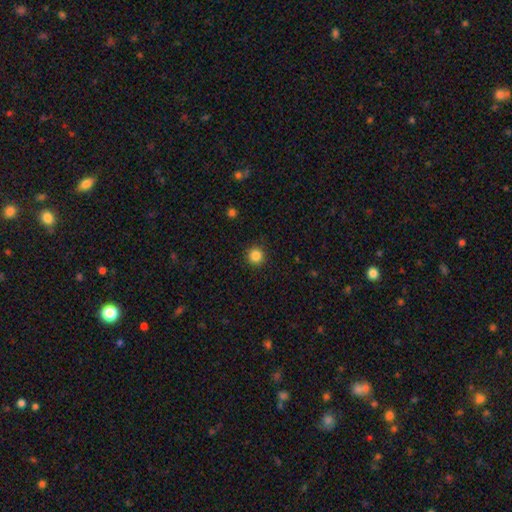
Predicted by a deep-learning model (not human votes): Smooth or featured? Predicted: smooth (p=0.85). How rounded? Predicted: round (p=0.95). Merging? Predicted: none (p=0.92).